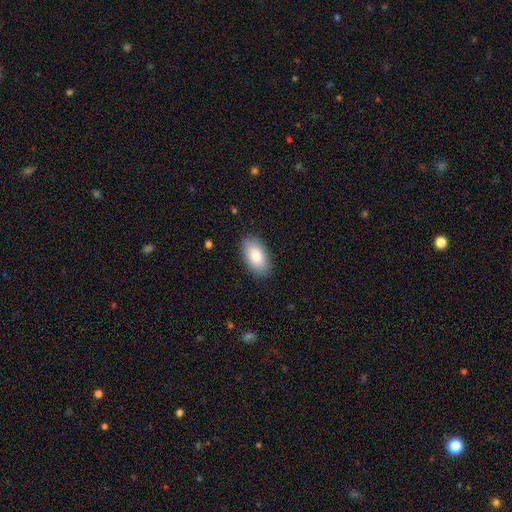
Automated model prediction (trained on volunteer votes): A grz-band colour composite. It shows a smooth galaxy with no disk features (84%) that is in between round and cigar-shaped (94%). Merging: none (86%).